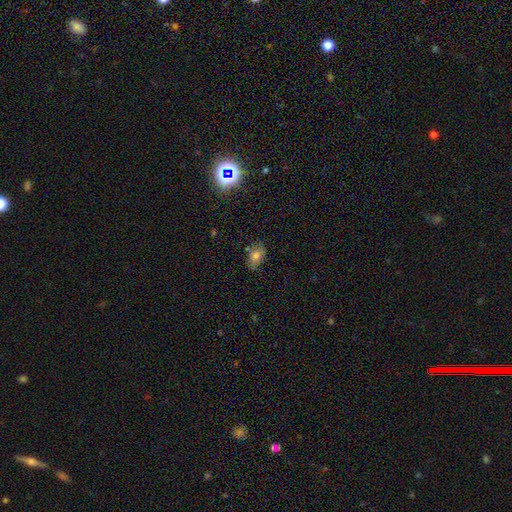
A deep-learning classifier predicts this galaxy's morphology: Overall: smooth (72%). How rounded: in between (83%). Merging: none (70%).